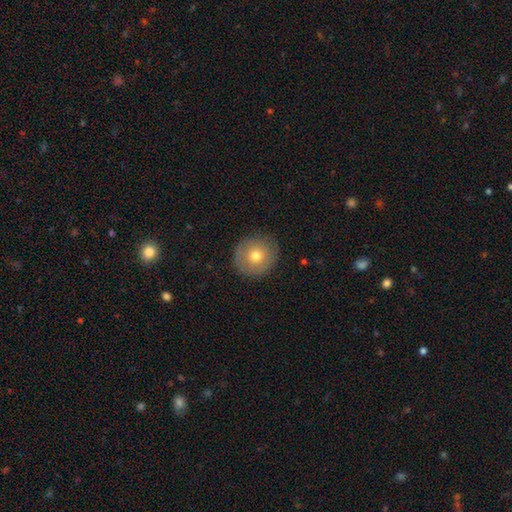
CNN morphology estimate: The model was most divided on "smooth or featured": smooth: 68%, featured or disk: 23%, star or artifact: 9%. More confident: how rounded — round (92%); merging — none (86%).